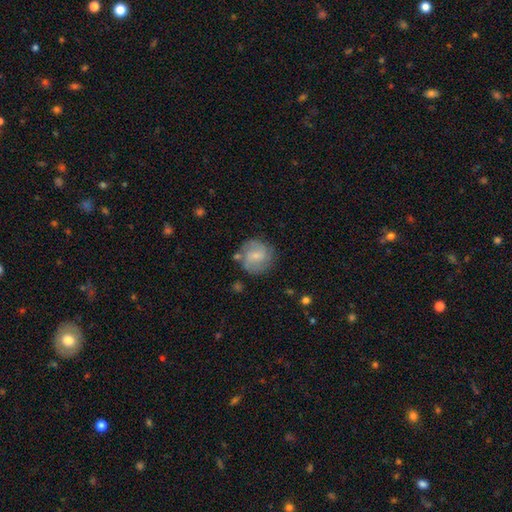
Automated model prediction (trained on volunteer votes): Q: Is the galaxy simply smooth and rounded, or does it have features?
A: featured or disk — 47%.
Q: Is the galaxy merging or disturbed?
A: none — 73%.